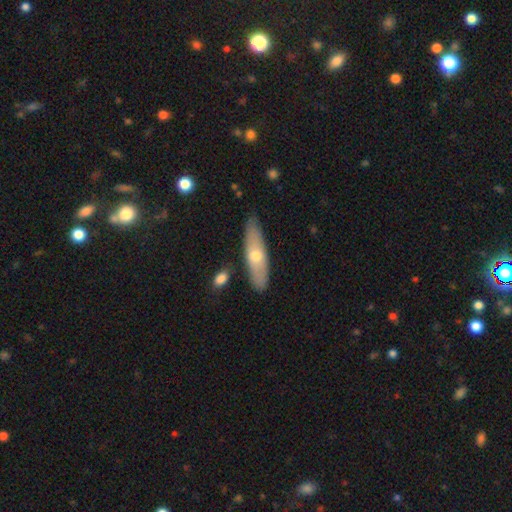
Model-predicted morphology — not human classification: Q: Smooth or featured?
A: smooth (49%); runner-up: featured or disk (45%)
Q: Merging?
A: none (84%); runner-up: minor disturbance (11%)